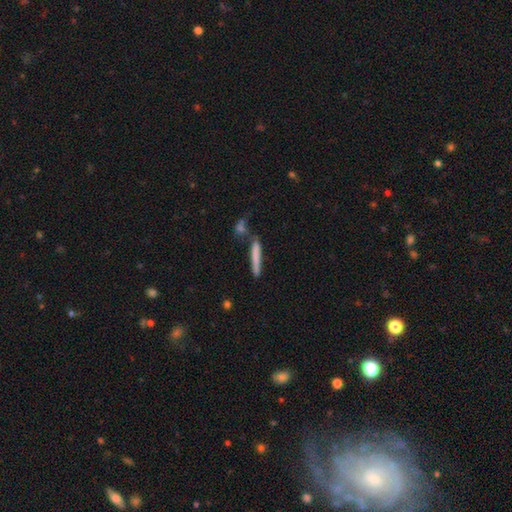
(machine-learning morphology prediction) A smooth galaxy with no disk features (71%) that is cigar-shaped (94%).

Vote fractions:
- Smooth or featured? smooth: 71% / featured or disk: 22% / star or artifact: 7%
- How rounded? cigar-shaped: 94% / in between: 4% / round: 2%
- Merging? none: 63% / merger: 18% / minor disturbance: 14% / major disturbance: 5%